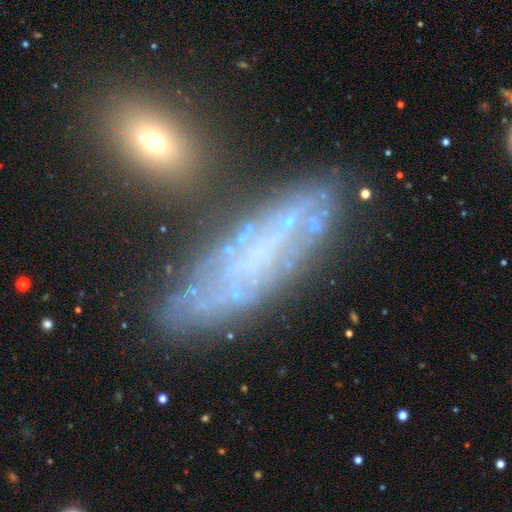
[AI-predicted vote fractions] Smooth or featured?
  - featured or disk: 59% *
  - smooth: 27%
  - star or artifact: 14%
Edge-on disk?
  - no: 65% *
  - yes: 35%
Merging?
  - none: 58% *
  - minor disturbance: 22%
  - major disturbance: 13%
  - merger: 7%